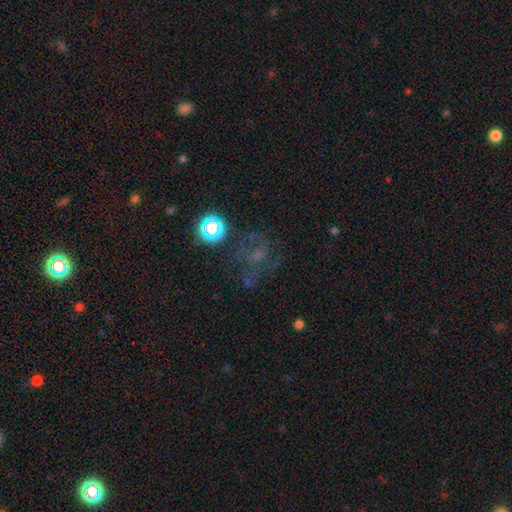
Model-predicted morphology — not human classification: smooth_or_featured: featured or disk (p=0.38) [alt: star or artifact p=0.35]
merging: none (p=0.58) [alt: major disturbance p=0.19]